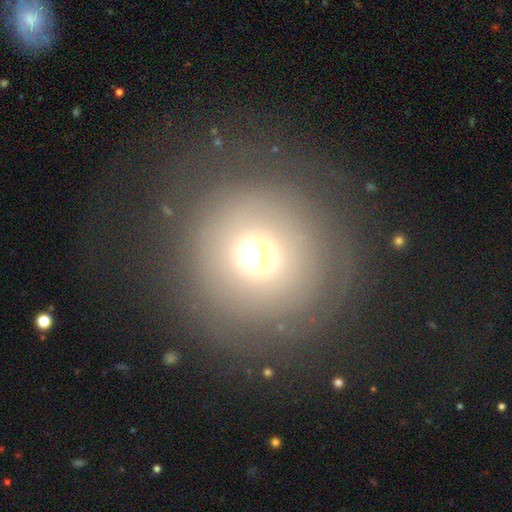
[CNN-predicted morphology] Q: Smooth or featured?
A: smooth (56%); runner-up: featured or disk (27%)
Q: How rounded?
A: round (95%); runner-up: in between (4%)
Q: Merging?
A: none (72%); runner-up: minor disturbance (13%)